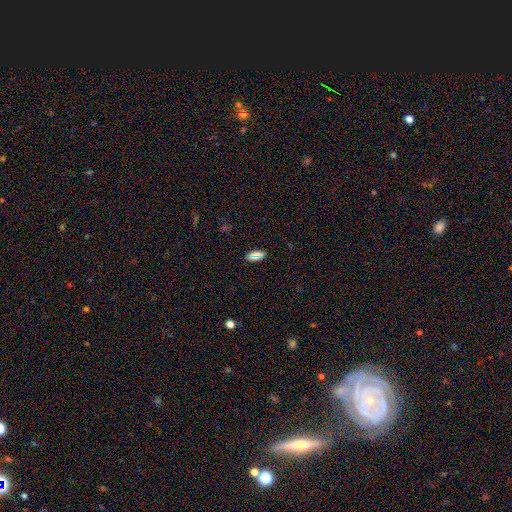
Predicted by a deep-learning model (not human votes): Q: Smooth or featured?
A: smooth (64%); runner-up: star or artifact (27%)
Q: How rounded?
A: in between (82%); runner-up: cigar-shaped (11%)
Q: Merging?
A: none (85%); runner-up: minor disturbance (10%)